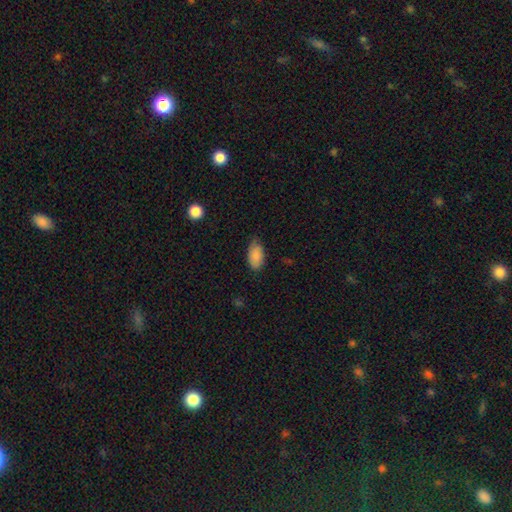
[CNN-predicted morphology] type=smooth (86%); roundness=in between (94%); merging=none (68%).